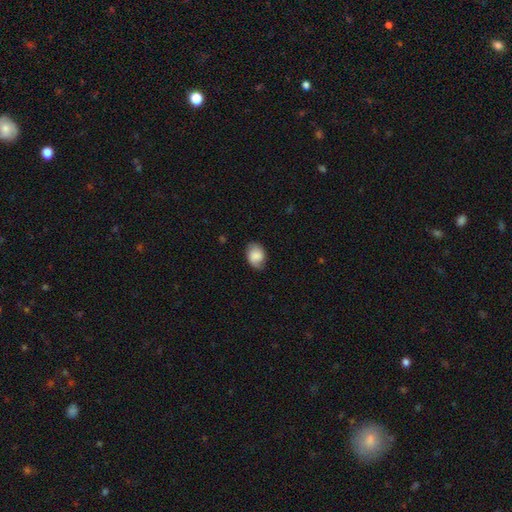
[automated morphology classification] smooth 74%, featured or disk 18%, star or artifact 8%. Down the decision tree: how rounded — in between (72%); merging — none (70%).